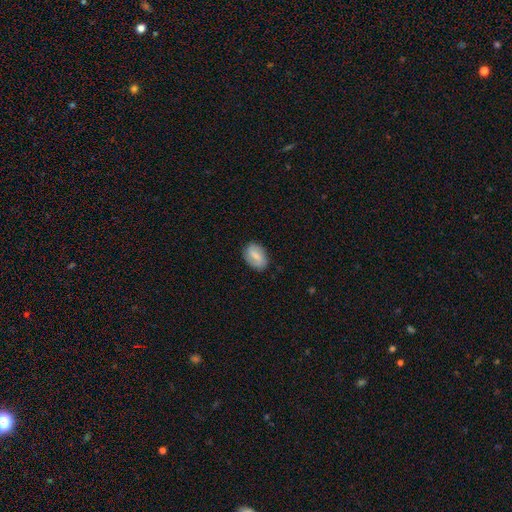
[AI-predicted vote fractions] Morphology: type=smooth (53%); roundness=in between (83%); merging=none (81%).